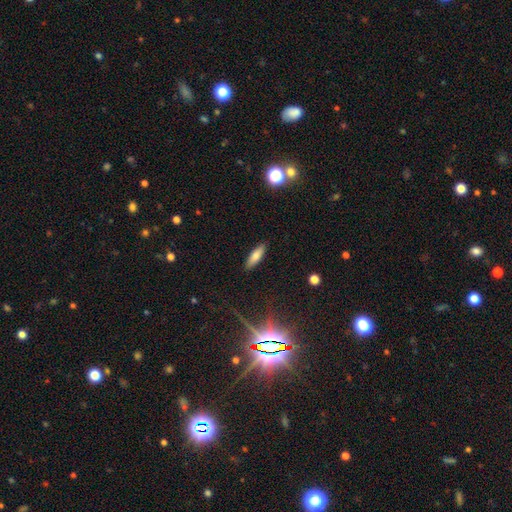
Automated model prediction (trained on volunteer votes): Morphology: type=smooth (74%); roundness=cigar-shaped (51%); merging=none (89%).